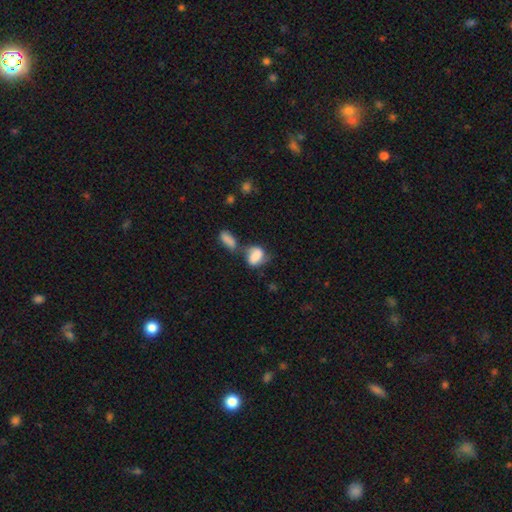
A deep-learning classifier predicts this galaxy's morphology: The model was most divided on "merging": merger: 39%, none: 31%, minor disturbance: 18%, major disturbance: 12%. More confident: how rounded — in between (75%); smooth or featured — smooth (71%).